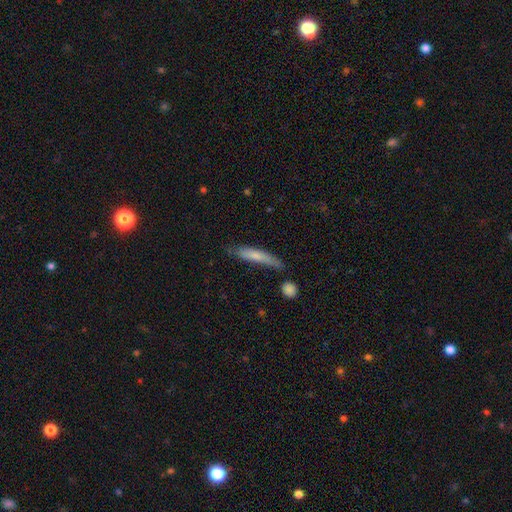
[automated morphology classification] Smooth or featured? smooth (67%)
How rounded? cigar-shaped (87%)
Merging? none (61%)